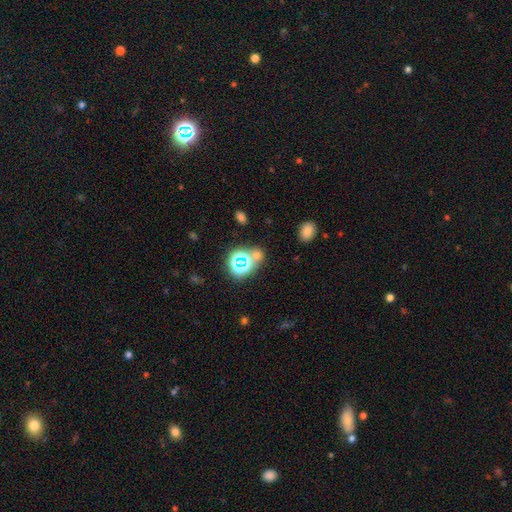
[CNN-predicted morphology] The model was most divided on "smooth or featured" (2-way tie): smooth: 46%, star or artifact: 46%, featured or disk: 8%. More confident: merging — none (63%).